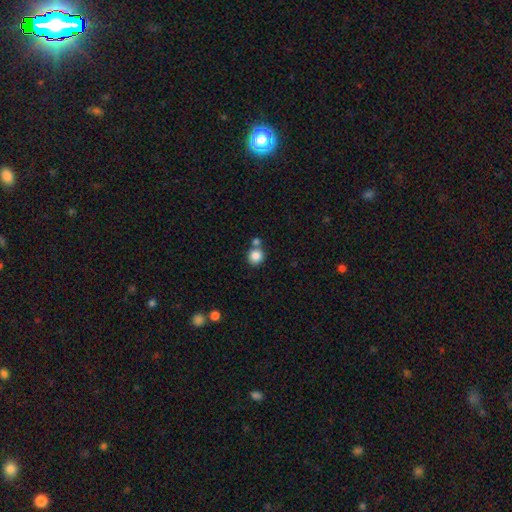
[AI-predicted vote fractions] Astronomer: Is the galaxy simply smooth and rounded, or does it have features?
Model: smooth — 86%.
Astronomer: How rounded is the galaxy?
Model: round — 91%.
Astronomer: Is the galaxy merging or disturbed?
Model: none — 63%.